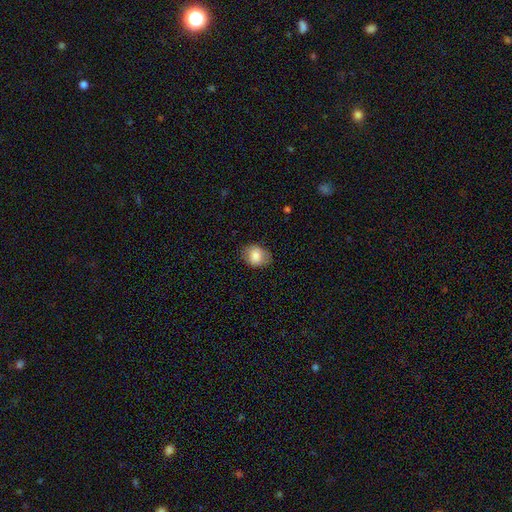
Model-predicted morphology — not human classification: A smooth galaxy with no disk features (81%) that is in between round and cigar-shaped (62%). Merging: none (80%).